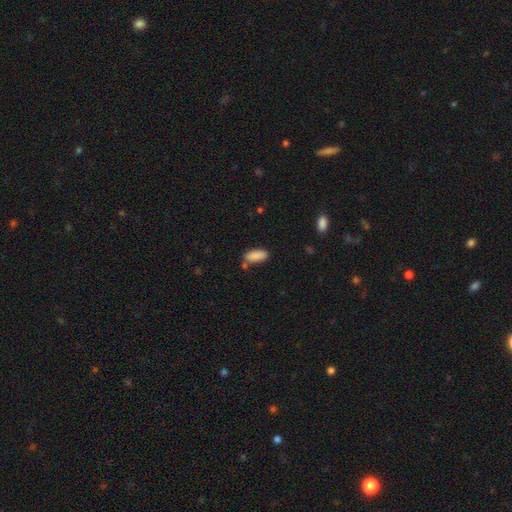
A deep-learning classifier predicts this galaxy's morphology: Overall: smooth (88%). How rounded: in between (81%). Merging: none (71%).